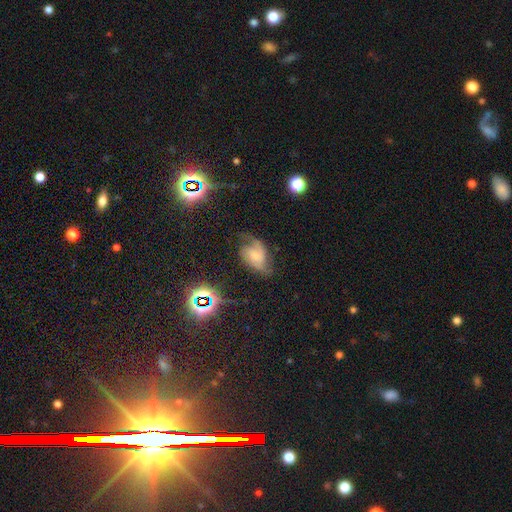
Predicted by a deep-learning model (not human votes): Overall: featured or disk (60%; smooth 28%). Edge-on disk: no (96%). Bar: no (62%; weak 31%). Spiral arms: yes (89%). Spiral arm count: 2 (71%). Spiral winding: loose (48%; medium 38%). Bulge size: small (42%; moderate 34%). Merging: none (43%; minor disturbance 28%).